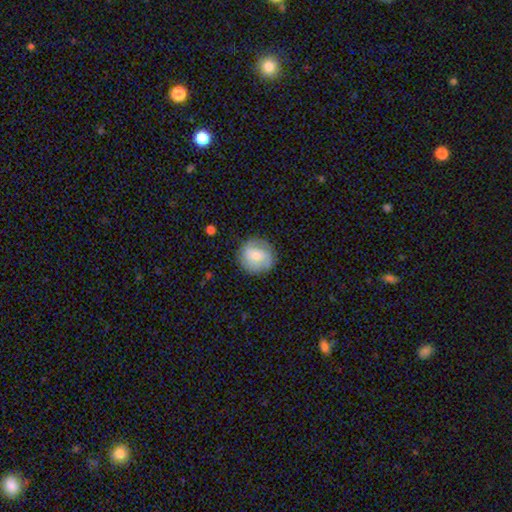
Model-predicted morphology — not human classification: A smooth galaxy with no disk features (64%) that is round (90%). Merging: none (84%).